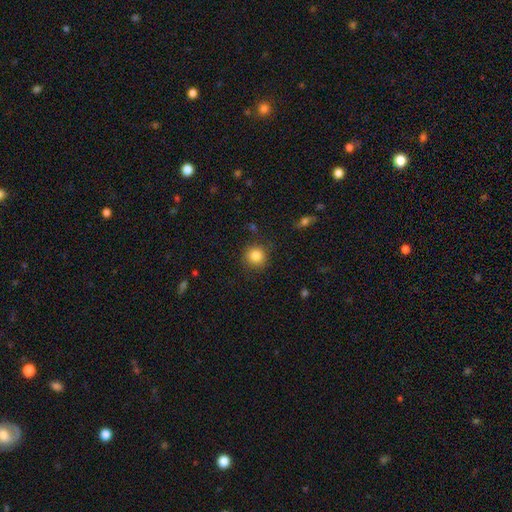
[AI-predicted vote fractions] A smooth galaxy with no disk features (85%) that is round (92%).

Vote fractions:
- Smooth or featured? smooth: 85% / star or artifact: 10% / featured or disk: 5%
- How rounded? round: 92% / in between: 7% / cigar-shaped: 1%
- Merging? none: 87% / minor disturbance: 9% / major disturbance: 3% / merger: 2%